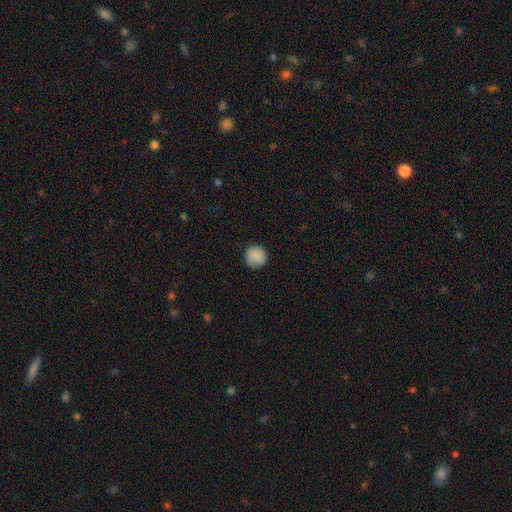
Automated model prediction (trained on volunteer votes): This appears to be a smooth galaxy with no disk features (88%) that is round (94%). Merging: none (87%).